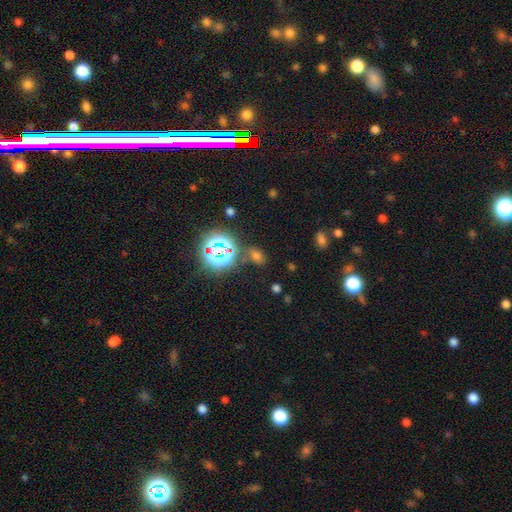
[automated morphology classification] Smooth or featured? star or artifact (48%)